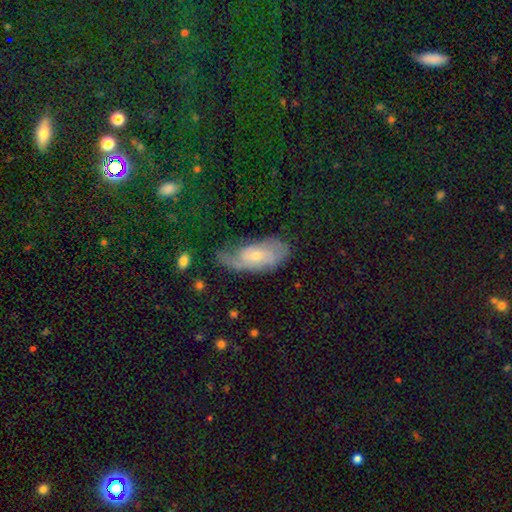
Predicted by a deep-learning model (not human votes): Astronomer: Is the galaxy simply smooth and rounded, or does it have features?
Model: featured or disk — 59%.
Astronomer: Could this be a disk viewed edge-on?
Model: no — 91%.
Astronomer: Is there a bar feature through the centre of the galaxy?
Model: no — 72%.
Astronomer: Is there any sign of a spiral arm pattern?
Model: yes — 80%.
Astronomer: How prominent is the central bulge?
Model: small — 63%.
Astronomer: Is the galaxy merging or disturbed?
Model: none — 45% (runner-up: minor disturbance, 30%).